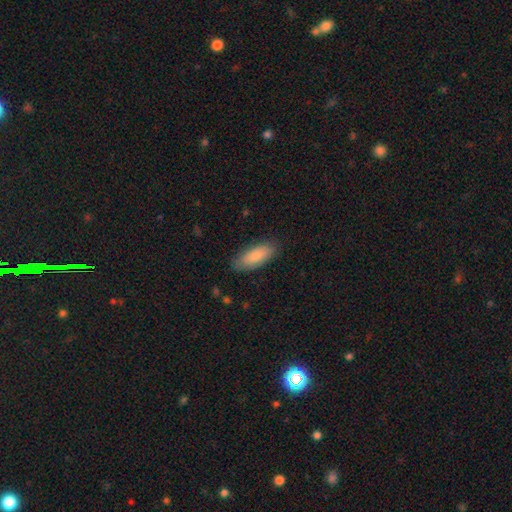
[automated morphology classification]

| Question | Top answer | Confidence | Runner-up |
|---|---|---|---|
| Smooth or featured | smooth | 85% | featured or disk (9%) |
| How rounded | in between | 77% | cigar-shaped (21%) |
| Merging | none | 84% | minor disturbance (13%) |